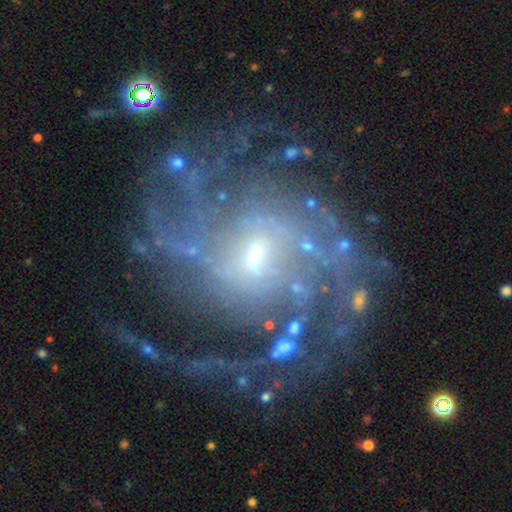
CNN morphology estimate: This appears to be a featured or disk galaxy (87%) with a weak bar (49%), medium (43%) spiral arms (94%) and a small central bulge (61%). Merging: none (60%).